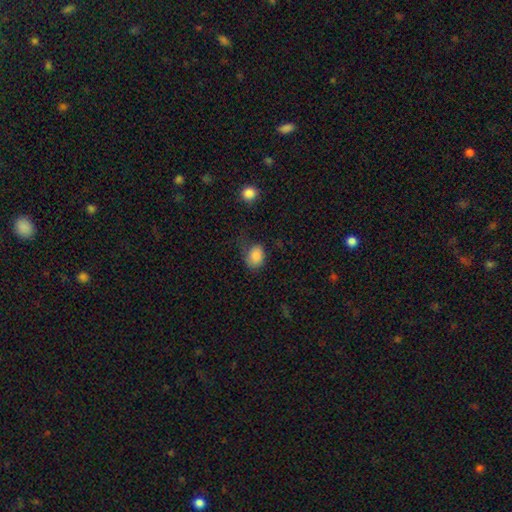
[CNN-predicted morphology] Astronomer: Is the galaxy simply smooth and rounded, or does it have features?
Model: smooth — 85%.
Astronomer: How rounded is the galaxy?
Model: in between — 59% (runner-up: round, 40%).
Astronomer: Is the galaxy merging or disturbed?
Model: none — 49% (runner-up: minor disturbance, 29%).